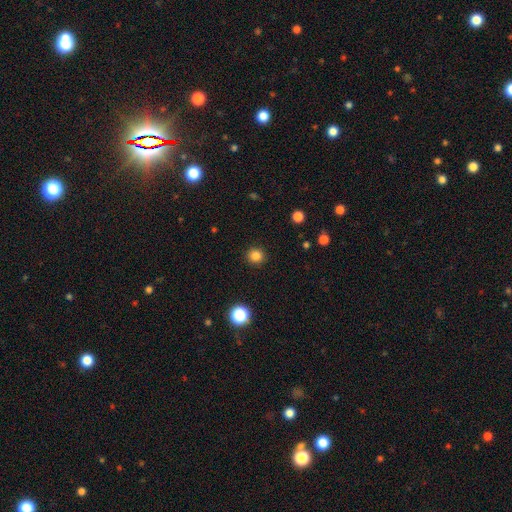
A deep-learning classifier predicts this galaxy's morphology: The model was most divided on "smooth or featured": smooth: 83%, star or artifact: 13%, featured or disk: 4%. More confident: how rounded — round (92%); merging — none (92%).